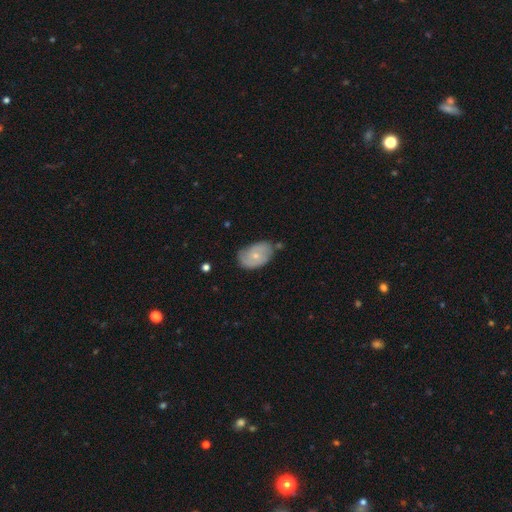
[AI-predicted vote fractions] This is possibly a featured or disk galaxy (49%). Merging: possibly none (60%).